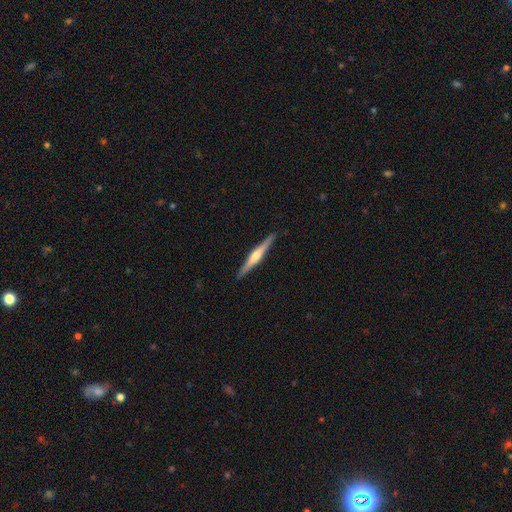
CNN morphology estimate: Smooth or featured? featured or disk (66%)
Edge-on disk? yes (98%)
Edge-on bulge? rounded (75%)
Merging? none (91%)